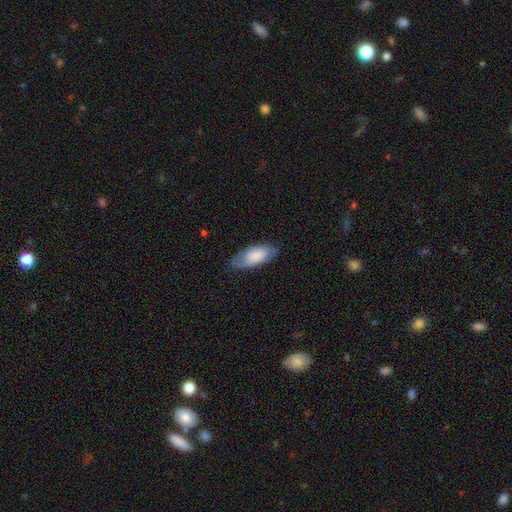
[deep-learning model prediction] smooth-or-featured: smooth: 72% | featured or disk: 22% | star or artifact: 6%
  how-rounded: in between: 87% | cigar-shaped: 11% | round: 2%
  merging: none: 70% | minor disturbance: 23% | major disturbance: 6% | merger: 1%